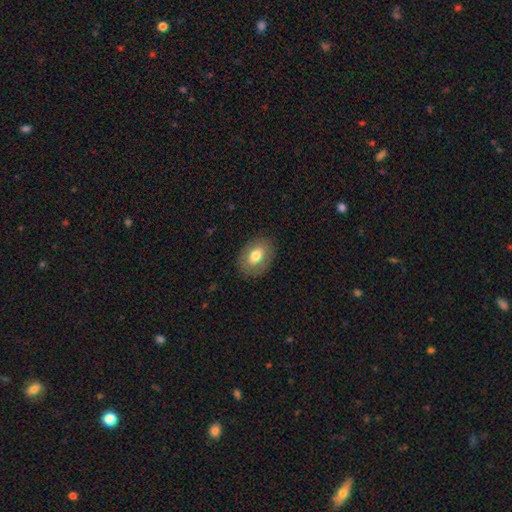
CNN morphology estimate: smooth-or-featured: smooth: 69% | featured or disk: 24% | star or artifact: 7%
  how-rounded: in between: 76% | round: 23% | cigar-shaped: 1%
  merging: none: 85% | minor disturbance: 11% | major disturbance: 4% | merger: 1%